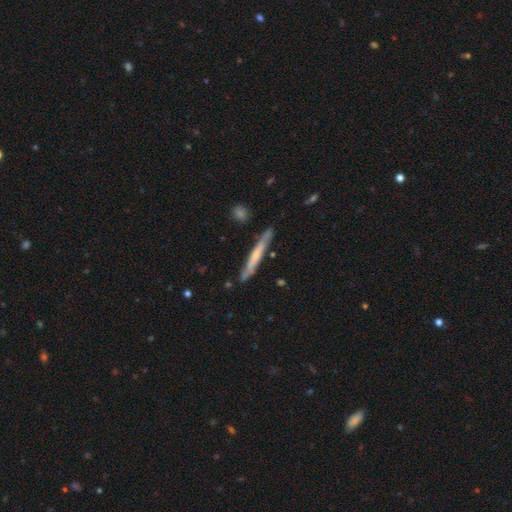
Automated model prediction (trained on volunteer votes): Smooth or featured: featured or disk — 48% (smooth — 46%)
Merging: none — 83% (minor disturbance — 13%)